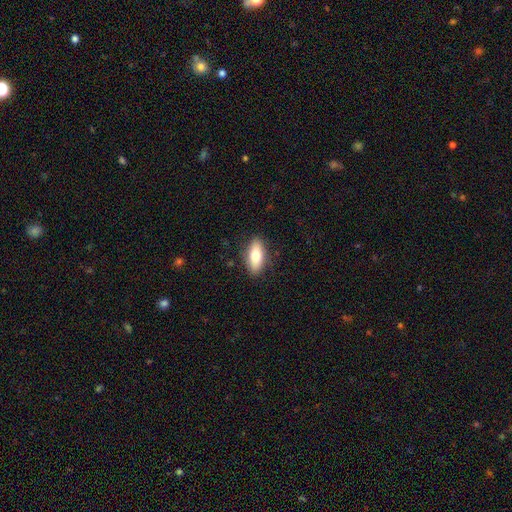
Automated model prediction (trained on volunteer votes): smooth_or_featured: smooth (p=0.75) [alt: featured or disk p=0.19]
how_rounded: in between (p=0.81) [alt: cigar-shaped p=0.16]
merging: none (p=0.87) [alt: minor disturbance p=0.09]